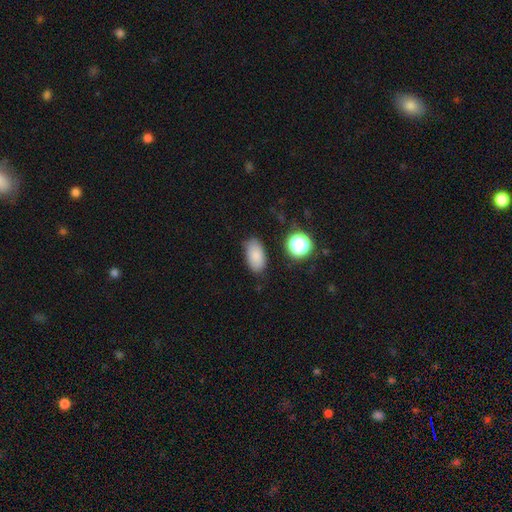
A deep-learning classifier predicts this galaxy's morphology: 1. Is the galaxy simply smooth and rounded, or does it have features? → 83% smooth, 10% star or artifact, 7% featured or disk.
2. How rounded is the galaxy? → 92% in between, 6% round, 2% cigar-shaped.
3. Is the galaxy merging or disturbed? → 80% none, 14% minor disturbance, 3% major disturbance, 2% merger.